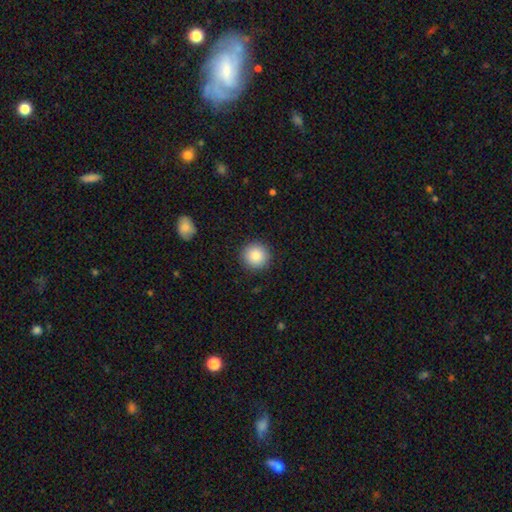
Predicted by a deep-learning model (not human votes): Smooth or featured? smooth (86%)
How rounded? round (95%)
Merging? none (91%)